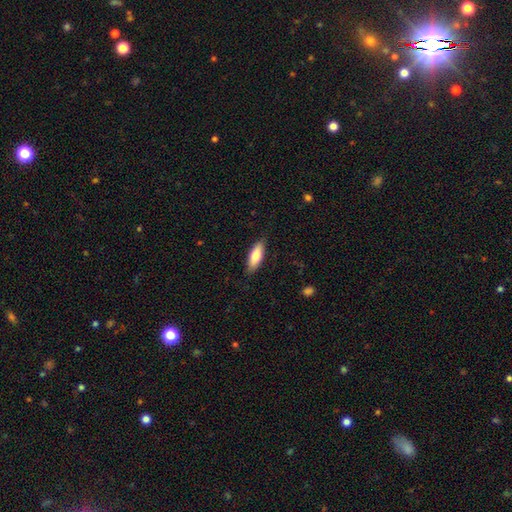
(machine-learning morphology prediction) Q: Smooth or featured?
A: smooth (78%); runner-up: featured or disk (16%)
Q: How rounded?
A: in between (64%); runner-up: cigar-shaped (34%)
Q: Merging?
A: none (84%); runner-up: minor disturbance (13%)